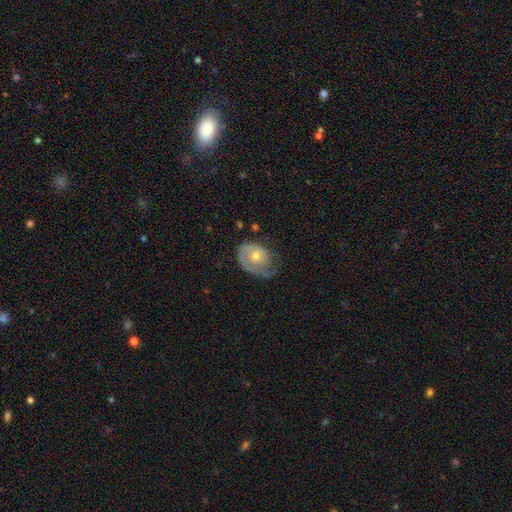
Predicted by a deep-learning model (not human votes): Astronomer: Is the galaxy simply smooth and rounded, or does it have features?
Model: featured or disk — 60%.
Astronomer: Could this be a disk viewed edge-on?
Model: no — 96%.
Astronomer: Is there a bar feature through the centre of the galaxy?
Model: no — 82%.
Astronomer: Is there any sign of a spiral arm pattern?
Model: yes — 72%.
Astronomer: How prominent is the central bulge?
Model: moderate — 54% (runner-up: small, 41%).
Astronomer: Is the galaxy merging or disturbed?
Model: none — 43% (runner-up: minor disturbance, 31%).